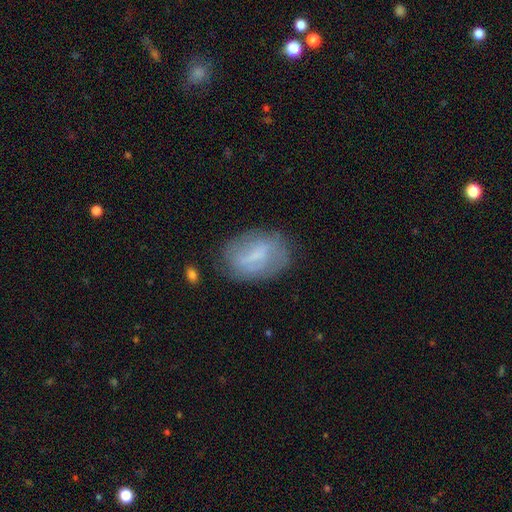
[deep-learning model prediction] Overall: featured or disk (50%; smooth 42%). Merging: none (68%).